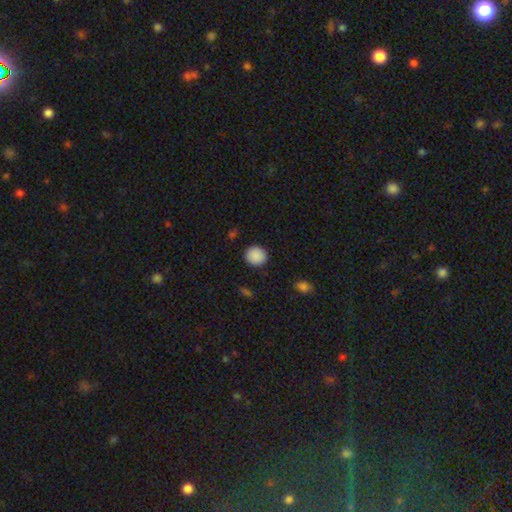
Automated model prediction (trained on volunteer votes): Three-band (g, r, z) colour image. It shows a smooth galaxy with no disk features (90%) that is round (89%). Merging: none (91%).